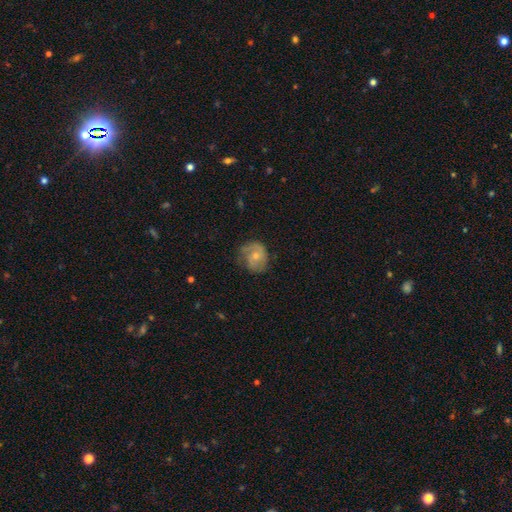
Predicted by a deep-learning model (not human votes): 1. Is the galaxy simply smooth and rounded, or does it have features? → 48% smooth, 45% featured or disk, 8% star or artifact.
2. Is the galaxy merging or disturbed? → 56% none, 28% minor disturbance, 15% major disturbance, 2% merger.